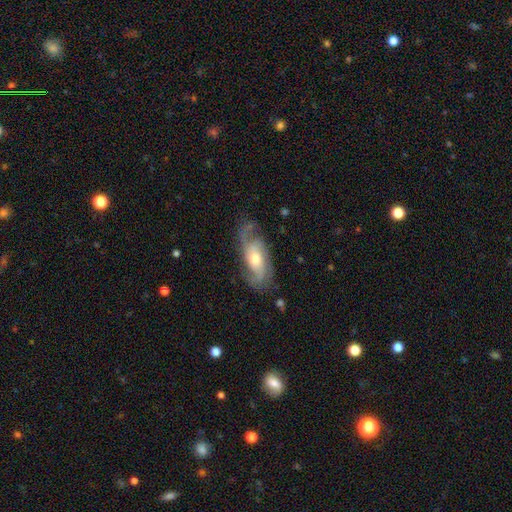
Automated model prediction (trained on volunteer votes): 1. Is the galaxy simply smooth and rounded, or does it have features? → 79% featured or disk, 13% smooth, 8% star or artifact.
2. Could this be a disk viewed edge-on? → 89% no, 11% yes.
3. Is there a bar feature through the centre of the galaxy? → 64% no, 28% weak, 8% strong.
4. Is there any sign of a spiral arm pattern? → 93% yes, 7% no.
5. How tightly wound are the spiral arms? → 43% tight, 41% medium, 15% loose.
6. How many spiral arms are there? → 53% 2, 23% can't tell, 13% 3, 5% 1, 3% 4, 3% more than 4.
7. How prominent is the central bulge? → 66% moderate, 26% small, 6% large, 1% none, 1% dominant.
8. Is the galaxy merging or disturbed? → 75% none, 17% minor disturbance, 6% major disturbance, 1% merger.